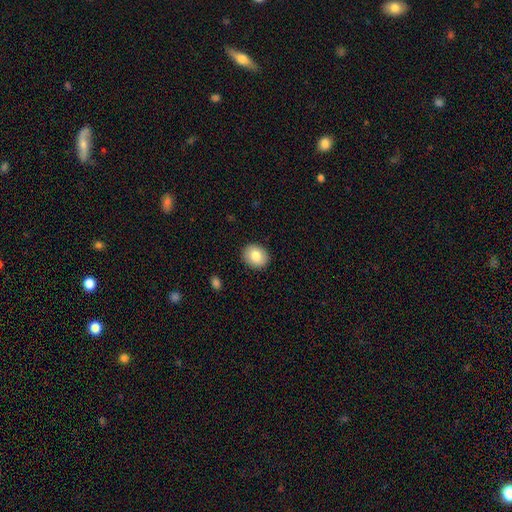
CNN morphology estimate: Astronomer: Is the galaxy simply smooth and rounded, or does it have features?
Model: smooth — 84%.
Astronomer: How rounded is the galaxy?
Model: round — 56% (runner-up: in between, 43%).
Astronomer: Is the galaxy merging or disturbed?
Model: none — 90%.